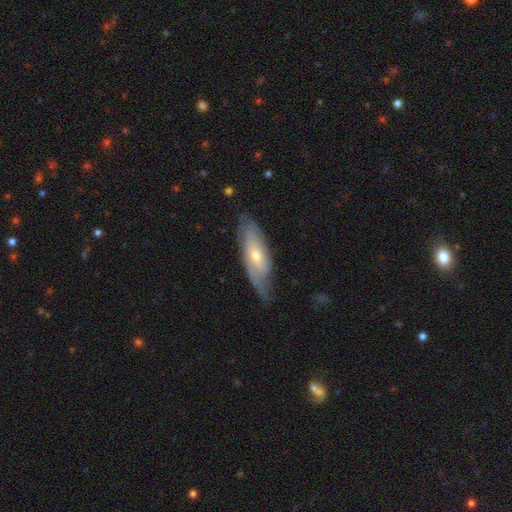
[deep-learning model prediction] Smooth or featured? featured or disk (60%)
Edge-on disk? no (72%)
Merging? none (63%)